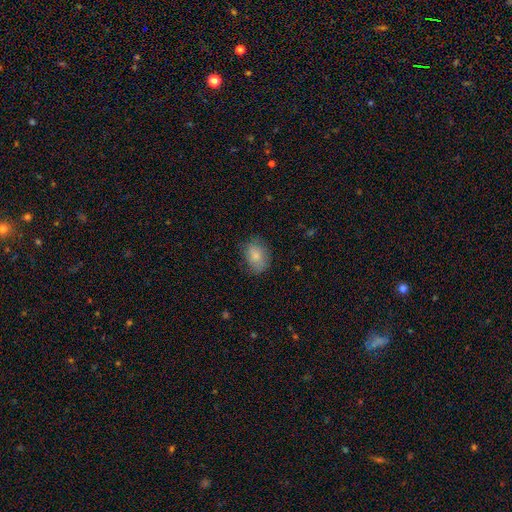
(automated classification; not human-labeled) Morphology: type=smooth (83%); roundness=in between (71%); merging=none (74%).